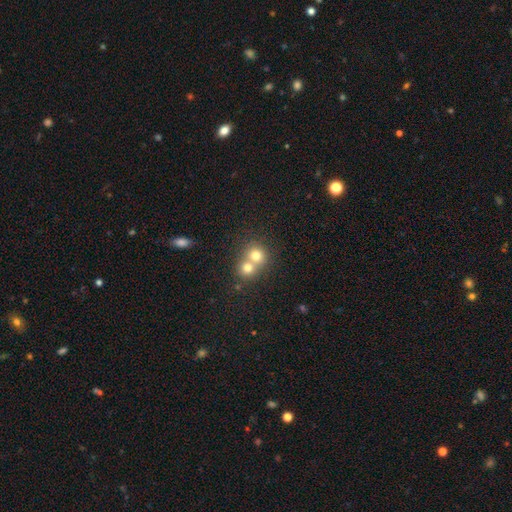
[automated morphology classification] The model was most divided on "merging": merger: 62%, none: 32%, minor disturbance: 4%, major disturbance: 2%. More confident: how rounded — round (82%); smooth or featured — smooth (73%).